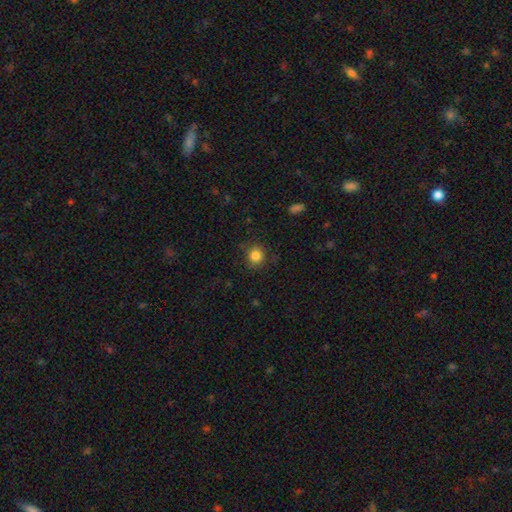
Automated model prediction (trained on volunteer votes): This appears to be a smooth galaxy with no disk features (84%) that is round (87%). Merging: none (84%).